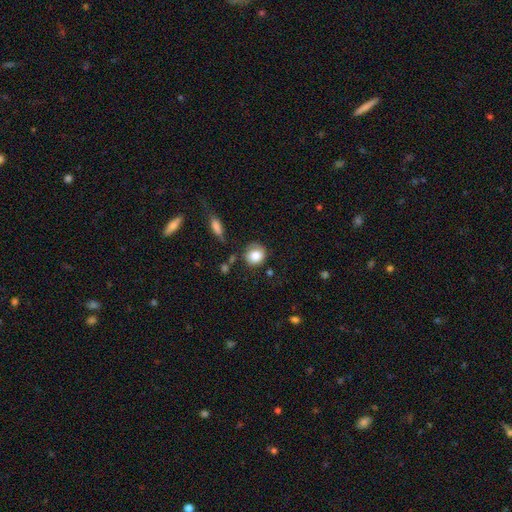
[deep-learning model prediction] Morphology: type=smooth (79%); roundness=round (83%); merging=none (61%).